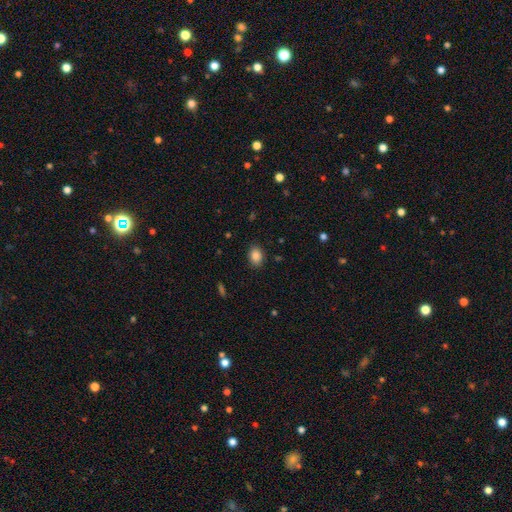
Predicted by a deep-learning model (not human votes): A smooth galaxy with no disk features (86%) that is in between round and cigar-shaped (71%). Merging: none (87%).